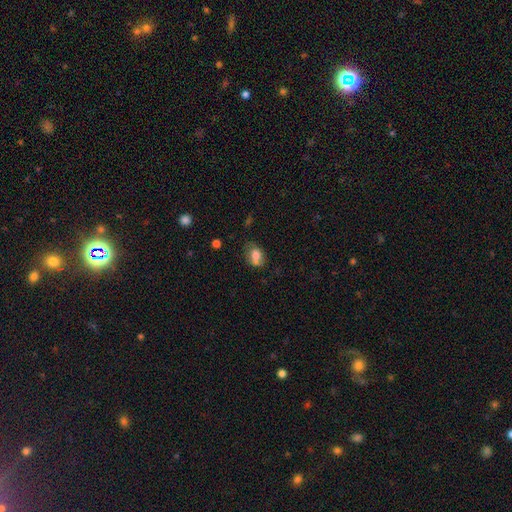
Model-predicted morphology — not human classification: Q: Smooth or featured?
A: smooth (71%); runner-up: featured or disk (20%)
Q: How rounded?
A: in between (70%); runner-up: round (29%)
Q: Merging?
A: none (47%); runner-up: minor disturbance (24%)